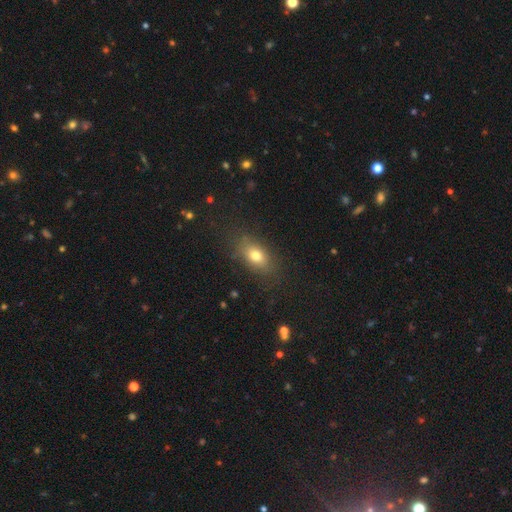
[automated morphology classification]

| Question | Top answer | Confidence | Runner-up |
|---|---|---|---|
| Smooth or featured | smooth | 75% | featured or disk (14%) |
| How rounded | in between | 81% | round (14%) |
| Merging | none | 79% | minor disturbance (14%) |